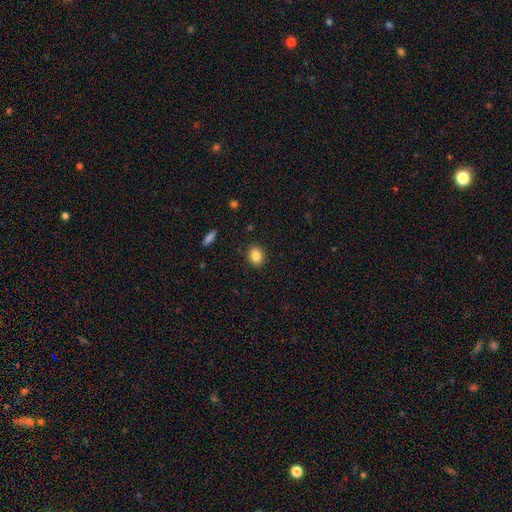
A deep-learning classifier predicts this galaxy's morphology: A smooth galaxy with no disk features (85%) that is round (58%). Merging: none (89%).